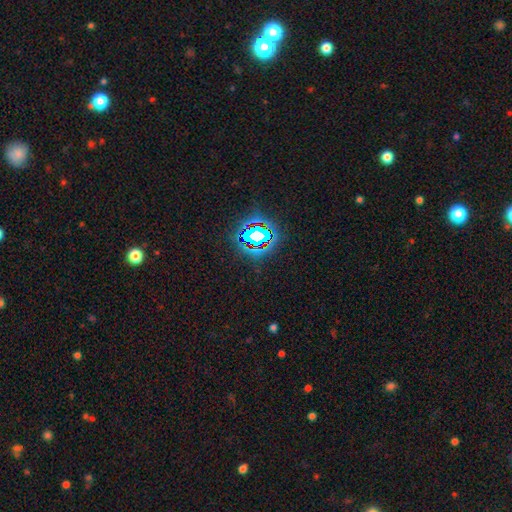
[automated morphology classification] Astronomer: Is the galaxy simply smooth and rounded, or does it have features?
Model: star or artifact — 80%.